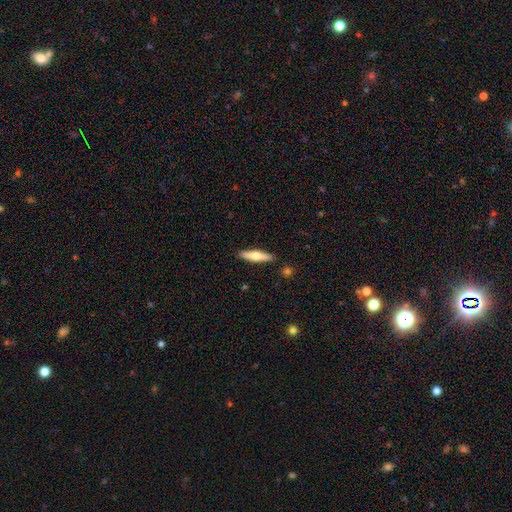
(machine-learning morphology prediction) Smooth or featured?
  - smooth: 55% *
  - featured or disk: 39%
  - star or artifact: 6%
How rounded?
  - cigar-shaped: 77% *
  - in between: 21%
  - round: 2%
Merging?
  - none: 89% *
  - minor disturbance: 7%
  - merger: 2%
  - major disturbance: 2%